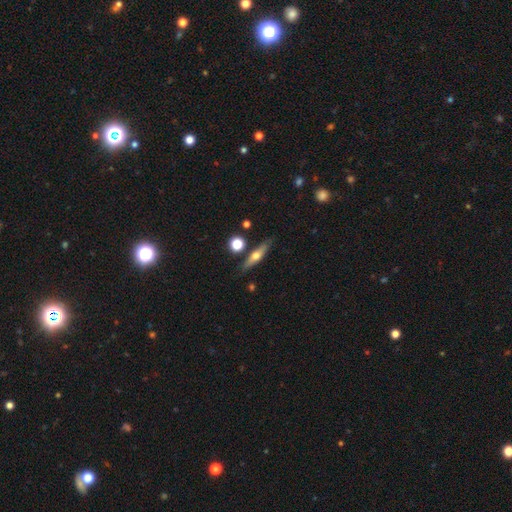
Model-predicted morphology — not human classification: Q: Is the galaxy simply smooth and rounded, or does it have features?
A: featured or disk — 56%.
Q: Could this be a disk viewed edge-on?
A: yes — 92%.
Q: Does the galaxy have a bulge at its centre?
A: rounded — 91%.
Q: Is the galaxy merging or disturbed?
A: none — 82%.